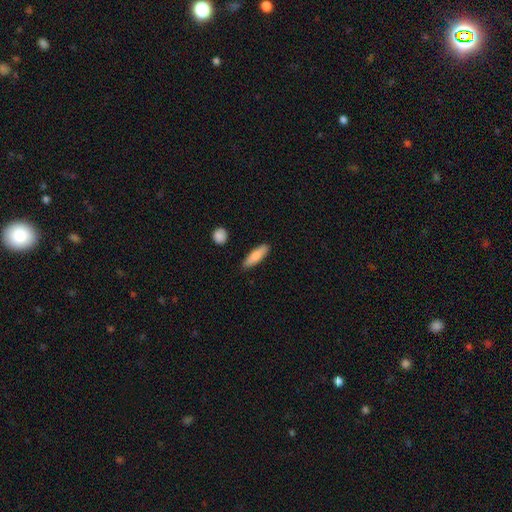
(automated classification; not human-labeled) smooth_or_featured: smooth (p=0.82) [alt: featured or disk p=0.12]
how_rounded: cigar-shaped (p=0.55) [alt: in between p=0.43]
merging: none (p=0.87) [alt: minor disturbance p=0.09]